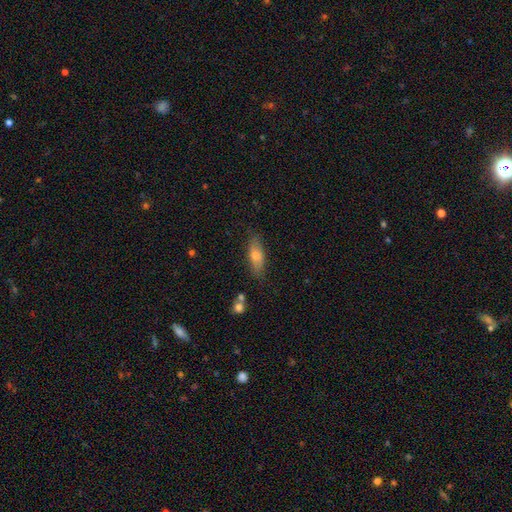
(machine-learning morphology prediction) A smooth galaxy with no disk features (70%) that is in between round and cigar-shaped (62%). Merging: none (81%).